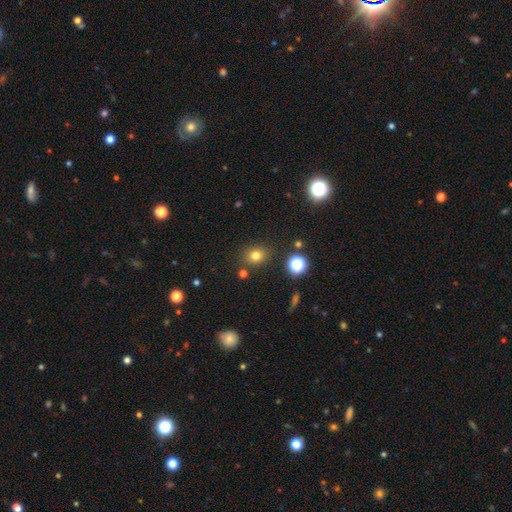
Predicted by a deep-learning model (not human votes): Smooth or featured: smooth — 76% (star or artifact — 17%)
How rounded: round — 72% (in between — 27%)
Merging: none — 84% (minor disturbance — 9%)